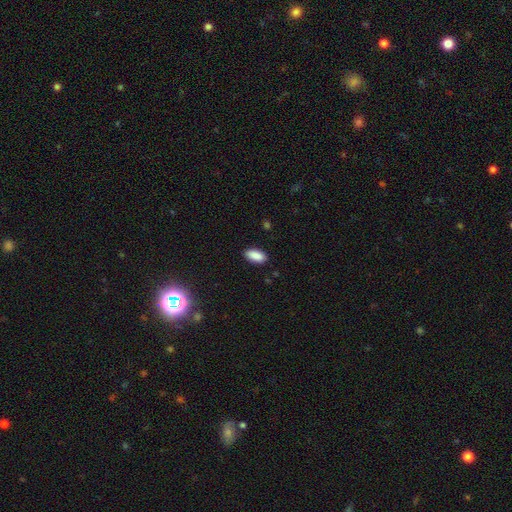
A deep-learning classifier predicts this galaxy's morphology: type=smooth (89%); roundness=in between (89%); merging=none (88%).